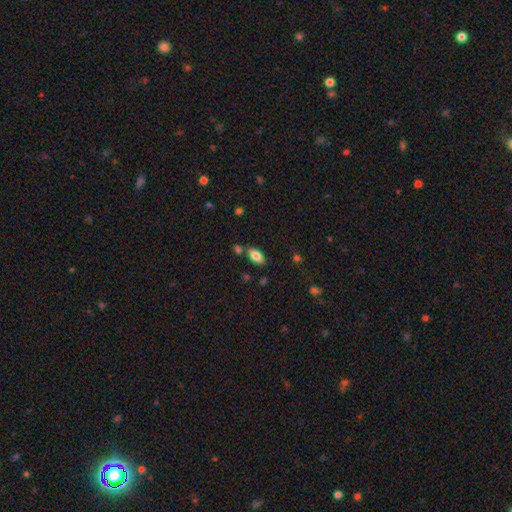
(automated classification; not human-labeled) smooth-or-featured: smooth: 83% | featured or disk: 10% | star or artifact: 8%
  how-rounded: in between: 91% | cigar-shaped: 6% | round: 3%
  merging: none: 75% | minor disturbance: 13% | merger: 9% | major disturbance: 3%